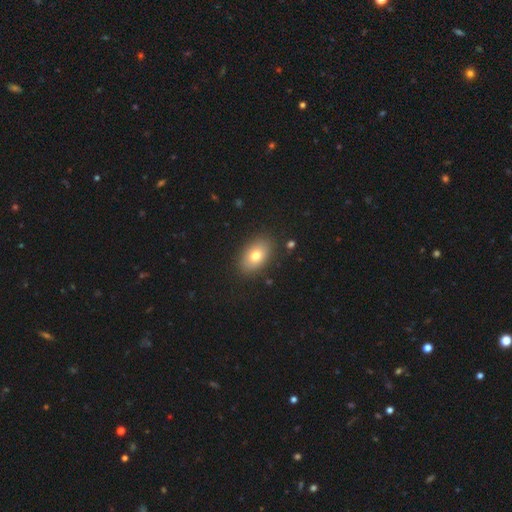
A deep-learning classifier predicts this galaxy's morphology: This is likely a smooth galaxy (76%). How rounded: clearly in between (88%). Merging: clearly none (87%).